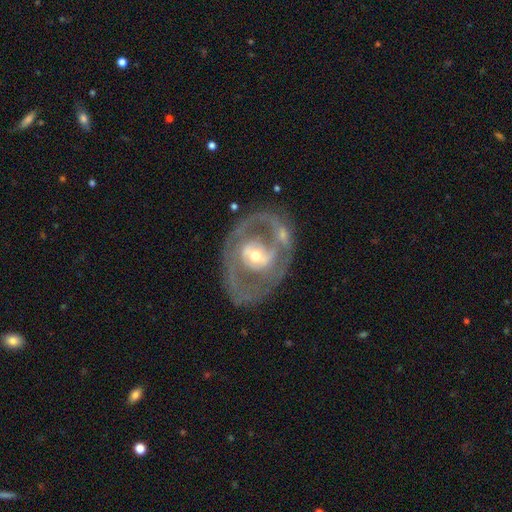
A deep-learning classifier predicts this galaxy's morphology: A featured or disk galaxy (77%) with no bar (44%), no spiral arms (50%, tied with yes) and a moderate central bulge (64%).

Vote fractions:
- Smooth or featured? featured or disk: 77% / smooth: 18% / star or artifact: 5%
- Edge-on disk? no: 95% / yes: 5%
- Bar? no: 44% / weak: 34% / strong: 22%
- Spiral arms? no: 50% (tied) / yes: 50% (tied)
- Bulge size? moderate: 64% / small: 26% / large: 8% / dominant: 1% / none: 1%
- Merging? none: 65% / minor disturbance: 17% / major disturbance: 13% / merger: 5%